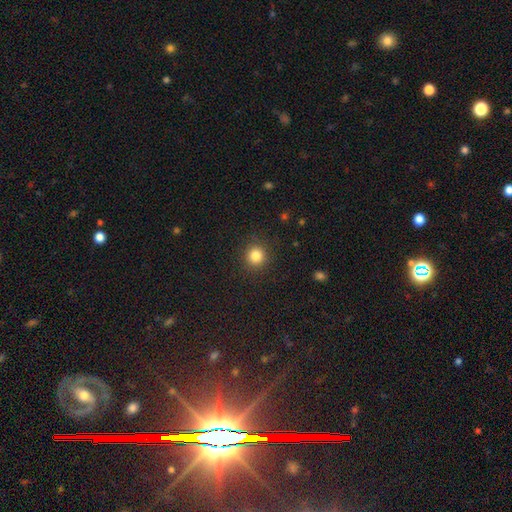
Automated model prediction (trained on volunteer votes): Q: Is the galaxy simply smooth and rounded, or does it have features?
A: smooth — 83%.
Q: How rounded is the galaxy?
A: round — 93%.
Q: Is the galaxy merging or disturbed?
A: none — 90%.